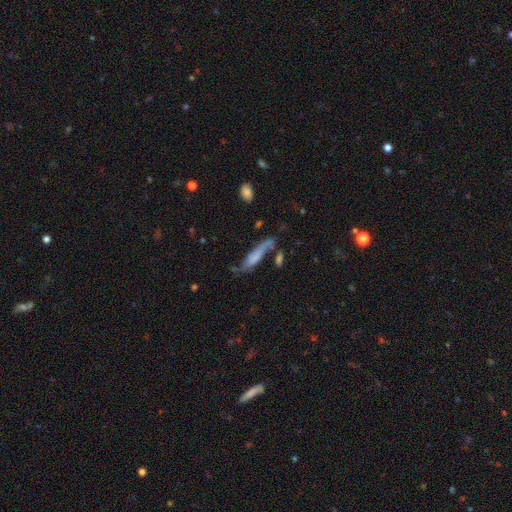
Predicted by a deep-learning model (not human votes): smooth_or_featured: smooth (p=0.55) [alt: featured or disk p=0.36]
how_rounded: cigar-shaped (p=0.83) [alt: in between p=0.15]
merging: none (p=0.49) [alt: minor disturbance p=0.27]